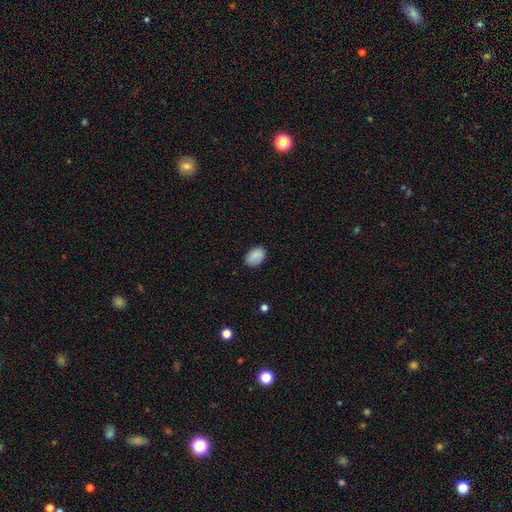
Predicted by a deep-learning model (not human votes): smooth 85%, star or artifact 8%, featured or disk 7%. Down the decision tree: how rounded — in between (79%); merging — none (79%).